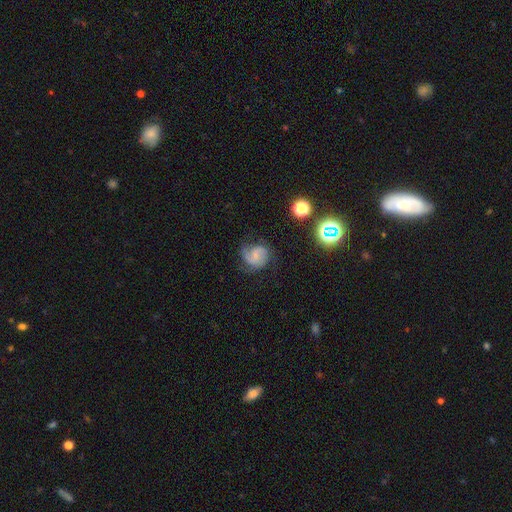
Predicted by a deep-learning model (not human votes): This appears to be a featured or disk galaxy (73%) with no bar (50%), 2 (75%) medium (50%) spiral arms (95%) and a small central bulge (60%). Merging: none (64%).